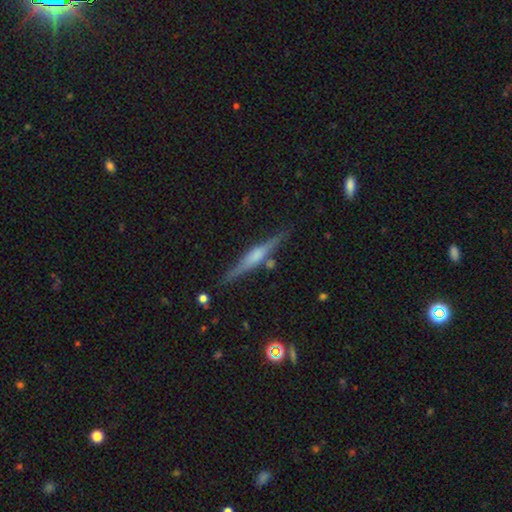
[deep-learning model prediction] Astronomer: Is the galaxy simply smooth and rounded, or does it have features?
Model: featured or disk — 69%.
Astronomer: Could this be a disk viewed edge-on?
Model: yes — 97%.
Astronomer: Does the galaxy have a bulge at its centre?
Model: rounded — 60%.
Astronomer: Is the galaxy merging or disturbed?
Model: none — 84%.